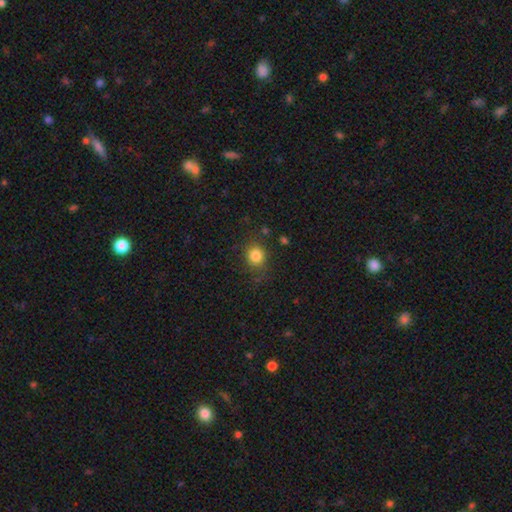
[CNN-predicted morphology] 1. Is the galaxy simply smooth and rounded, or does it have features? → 83% smooth, 12% star or artifact, 5% featured or disk.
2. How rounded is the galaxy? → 81% round, 18% in between, 1% cigar-shaped.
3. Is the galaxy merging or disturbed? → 81% none, 13% minor disturbance, 4% major disturbance, 2% merger.